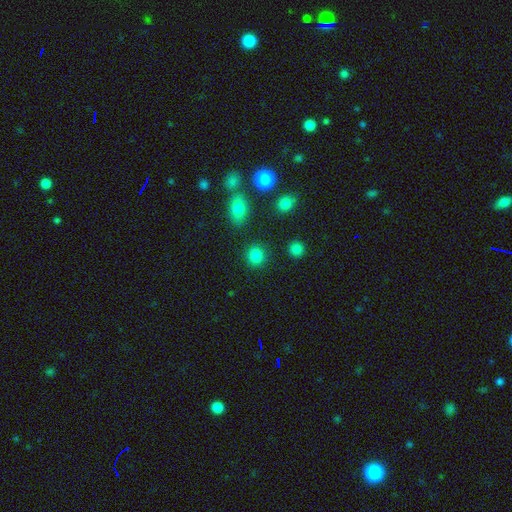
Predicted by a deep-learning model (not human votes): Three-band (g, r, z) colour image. It shows a smooth galaxy with no disk features (85%) that is round (87%). Merging: none (89%).